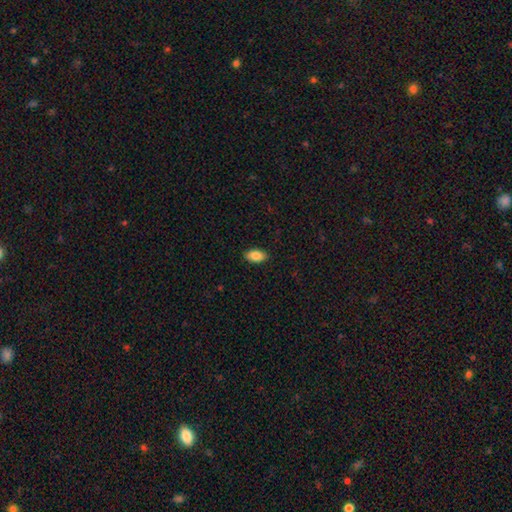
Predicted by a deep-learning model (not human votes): This is clearly a smooth galaxy (87%). How rounded: clearly in between (92%). Merging: clearly none (88%).